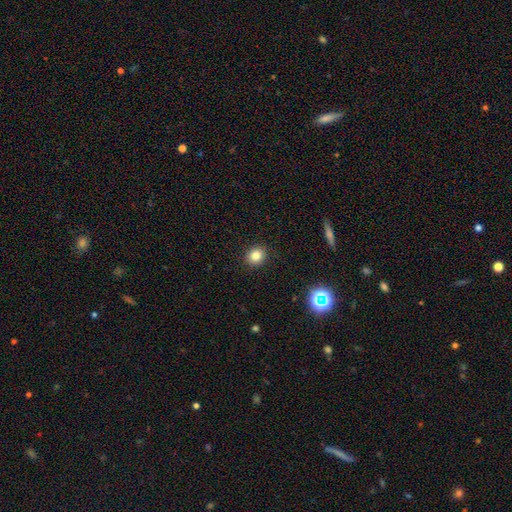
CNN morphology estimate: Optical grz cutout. It shows a smooth galaxy with no disk features (81%) that is round (78%). Merging: none (91%).